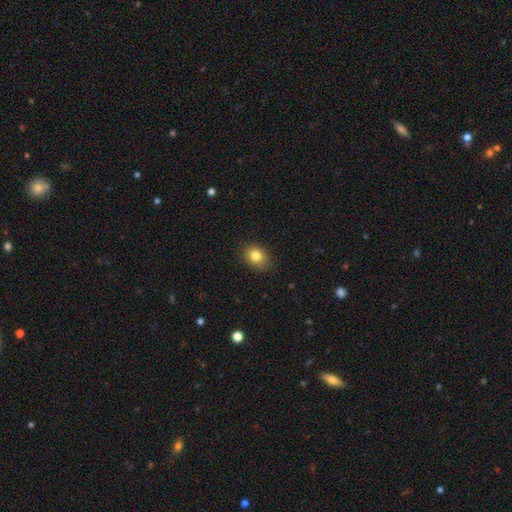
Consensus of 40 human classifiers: Smooth or featured?
  - smooth: 78% *
  - featured or disk: 15%
  - star or artifact: 8%
How rounded?
  - in between: 68% *
  - round: 32%
  - cigar-shaped: 0%
Merging?
  - none: 86% *
  - minor disturbance: 11%
  - merger: 3%
  - major disturbance: 0%